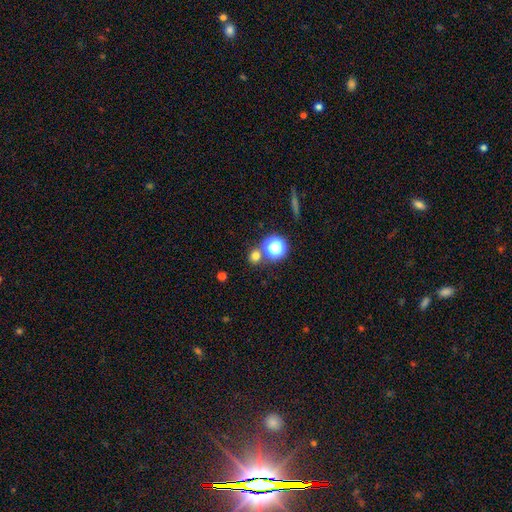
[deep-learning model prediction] Smooth or featured: smooth — 70% (star or artifact — 23%)
How rounded: round — 87% (in between — 12%)
Merging: none — 73% (merger — 16%)